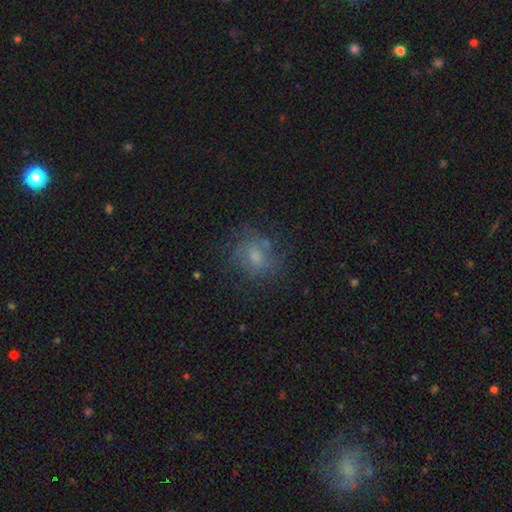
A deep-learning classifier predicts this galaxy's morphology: A smooth galaxy with no disk features (51%) that is round (64%). Merging: none (60%).